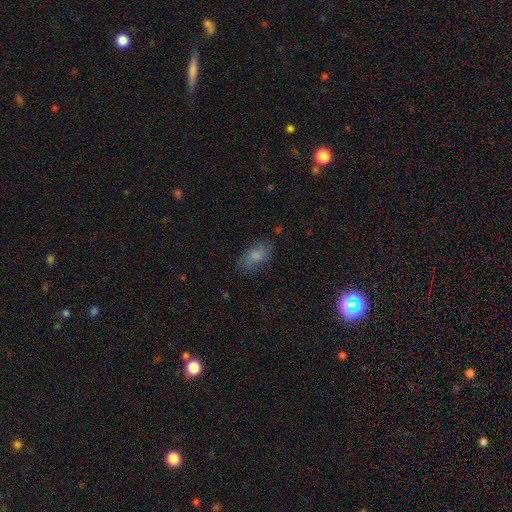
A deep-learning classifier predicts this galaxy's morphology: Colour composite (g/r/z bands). It shows a smooth galaxy with no disk features (79%) that is in between round and cigar-shaped (92%). Merging: none (74%).